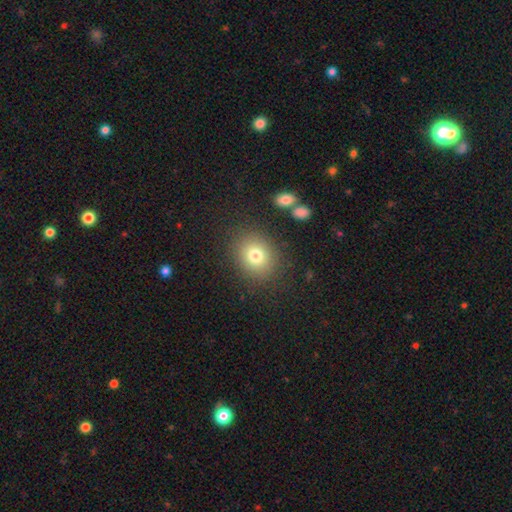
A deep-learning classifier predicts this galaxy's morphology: This appears to be a smooth galaxy with no disk features (77%) that is round (68%). Merging: none (87%).